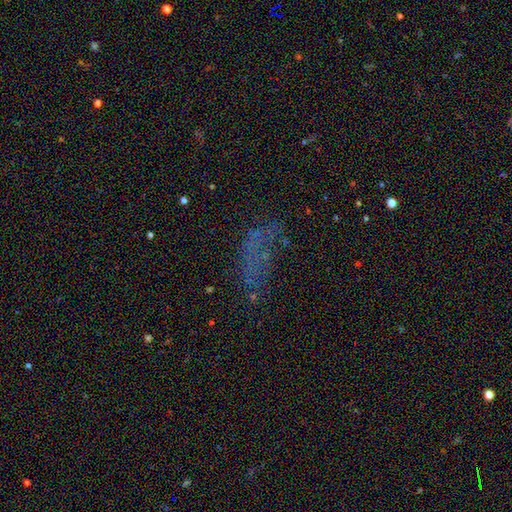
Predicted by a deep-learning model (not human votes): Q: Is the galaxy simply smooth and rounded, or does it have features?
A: star or artifact — 48%.